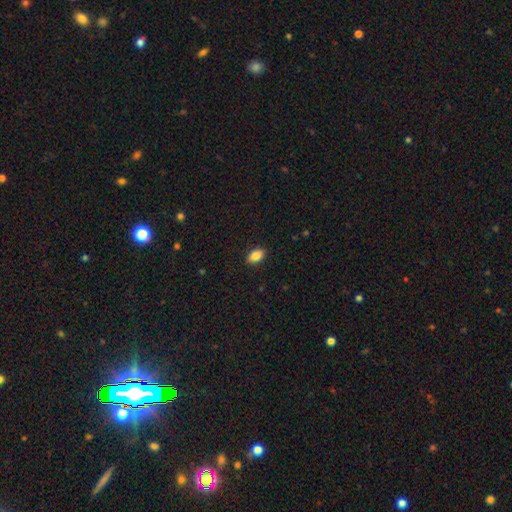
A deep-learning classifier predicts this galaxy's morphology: type=smooth (87%); roundness=in between (89%); merging=none (90%).